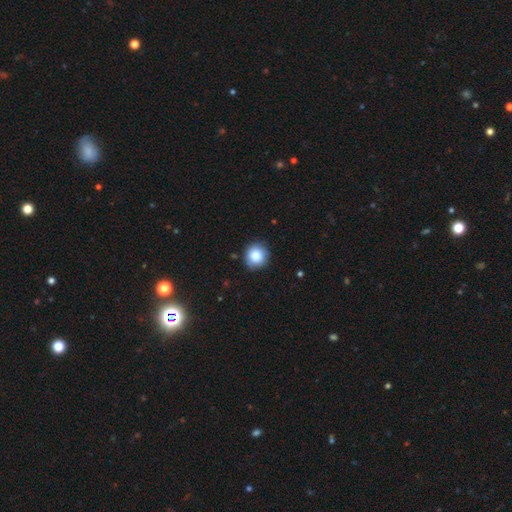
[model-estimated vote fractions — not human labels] Smooth or featured? Predicted: smooth (p=0.85). How rounded? Predicted: round (p=0.93). Merging? Predicted: none (p=0.86).